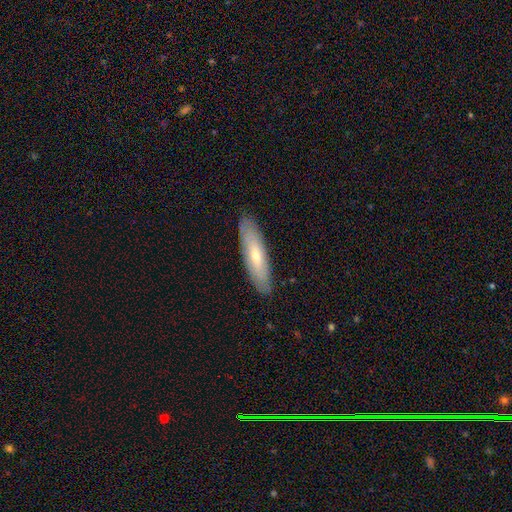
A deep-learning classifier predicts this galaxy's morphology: Smooth or featured: smooth — 53% (featured or disk — 41%)
How rounded: cigar-shaped — 65% (in between — 34%)
Merging: none — 88% (minor disturbance — 10%)